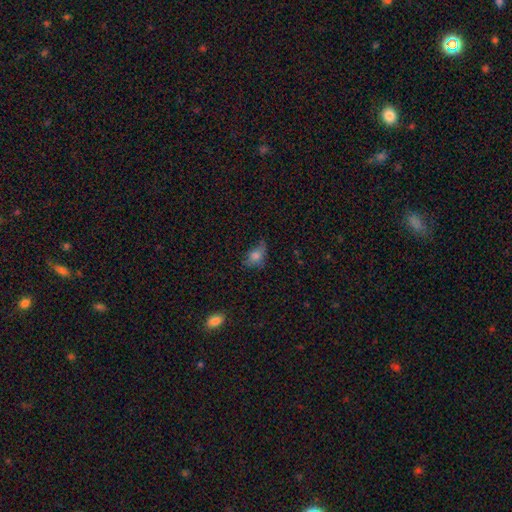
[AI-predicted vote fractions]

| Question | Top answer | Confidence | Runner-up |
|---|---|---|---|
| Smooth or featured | smooth | 74% | featured or disk (13%) |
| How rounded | in between | 77% | round (19%) |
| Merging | none | 45% | minor disturbance (35%) |